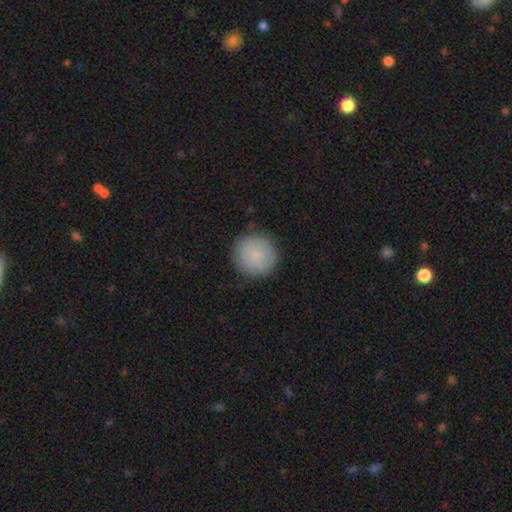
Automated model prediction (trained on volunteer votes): This appears to be a smooth galaxy with no disk features (83%) that is round (95%). Merging: none (87%).